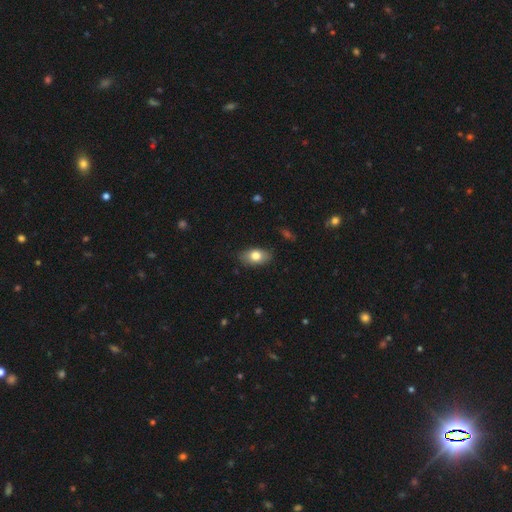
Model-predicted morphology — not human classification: The model was most divided on "smooth or featured": smooth: 77%, featured or disk: 15%, star or artifact: 7%. More confident: how rounded — in between (89%); merging — none (83%).